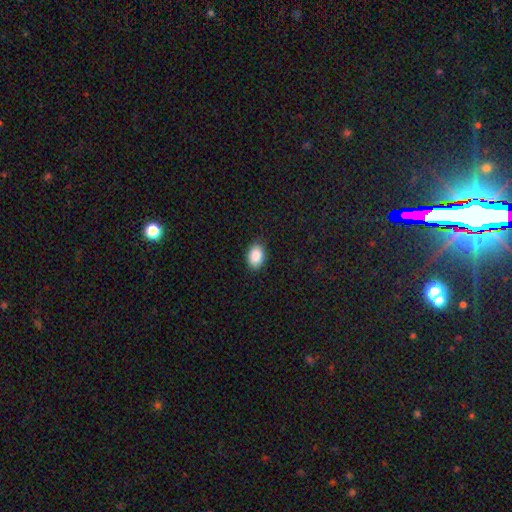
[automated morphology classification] This is clearly a smooth galaxy (89%). How rounded: clearly in between (84%). Merging: clearly none (87%).